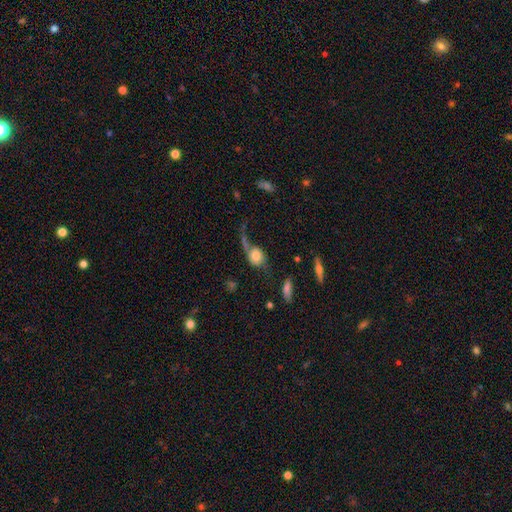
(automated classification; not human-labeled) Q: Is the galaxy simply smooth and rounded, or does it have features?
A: smooth — 57%.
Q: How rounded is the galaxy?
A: round — 65%.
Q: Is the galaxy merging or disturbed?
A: major disturbance — 46%.